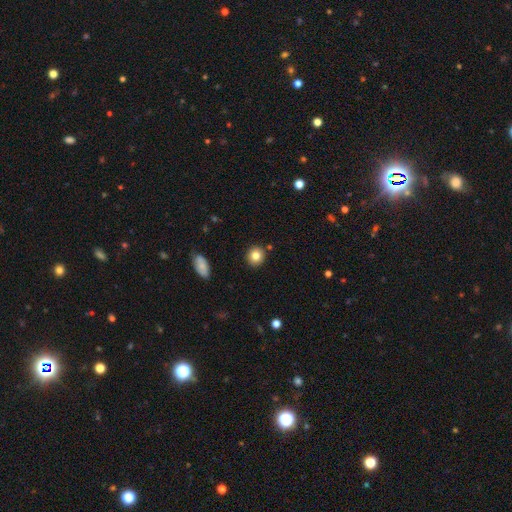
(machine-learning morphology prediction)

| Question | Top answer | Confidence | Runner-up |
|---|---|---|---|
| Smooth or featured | smooth | 82% | star or artifact (10%) |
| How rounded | round | 85% | in between (14%) |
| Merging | none | 89% | minor disturbance (7%) |